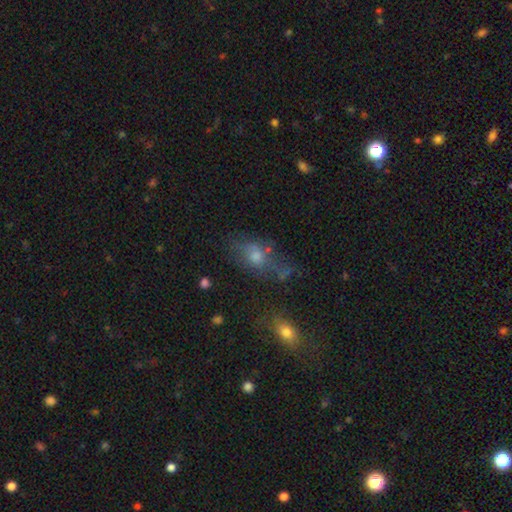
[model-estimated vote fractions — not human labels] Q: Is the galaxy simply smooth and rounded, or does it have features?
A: smooth — 56%.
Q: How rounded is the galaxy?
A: in between — 69%.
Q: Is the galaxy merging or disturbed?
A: none — 49%.